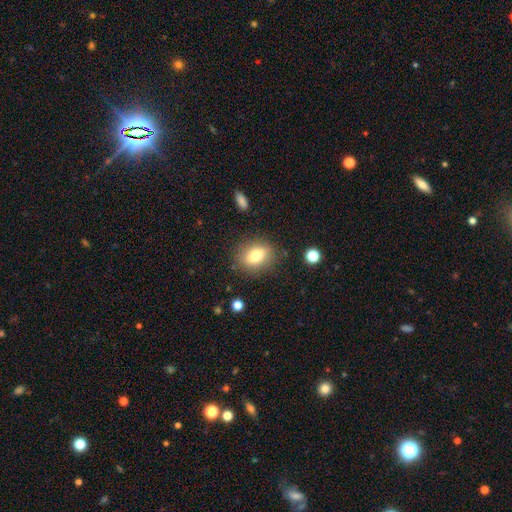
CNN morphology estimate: This is likely a smooth galaxy (76%). How rounded: likely in between (66%). Merging: clearly none (82%).